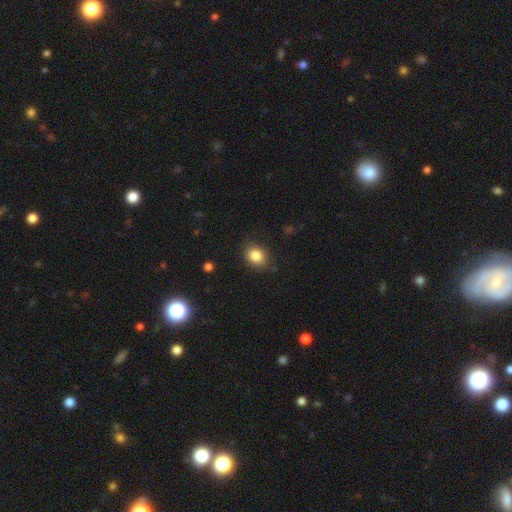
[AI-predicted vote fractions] Smooth or featured? Predicted: smooth (p=0.84). How rounded? Predicted: round (p=0.51). Merging? Predicted: none (p=0.84).